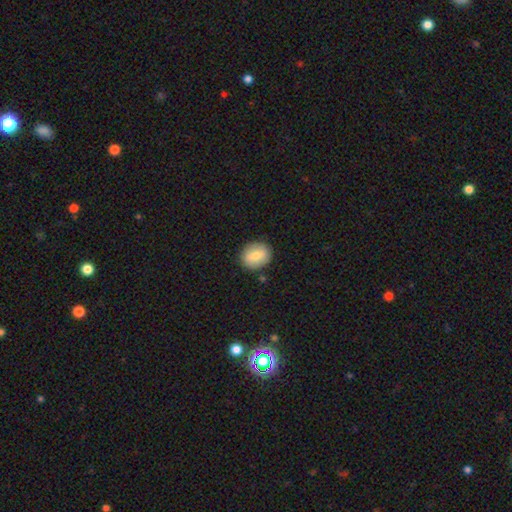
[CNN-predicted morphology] The model was most divided on "how rounded": round: 60%, in between: 39%, cigar-shaped: 1%. More confident: merging — none (86%); smooth or featured — smooth (74%).